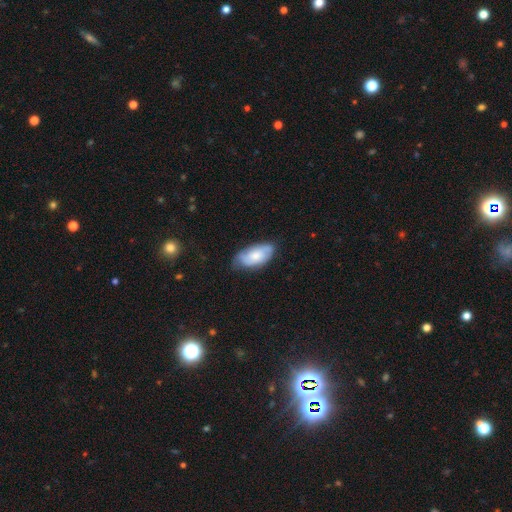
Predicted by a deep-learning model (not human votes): smooth 56%, featured or disk 38%, star or artifact 7%. Down the decision tree: how rounded — in between (93%); merging — none (65%).